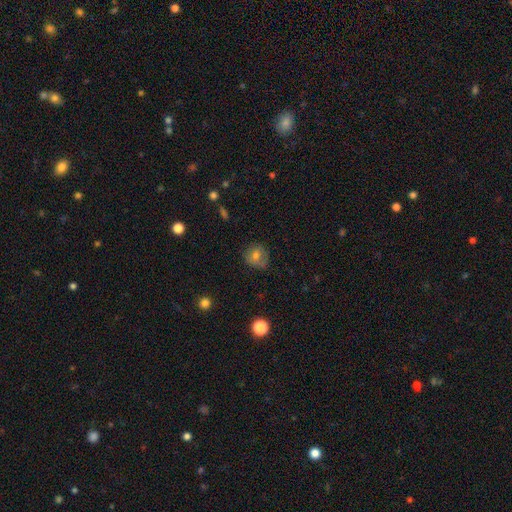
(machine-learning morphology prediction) type=smooth (66%); roundness=round (81%); merging=none (71%).